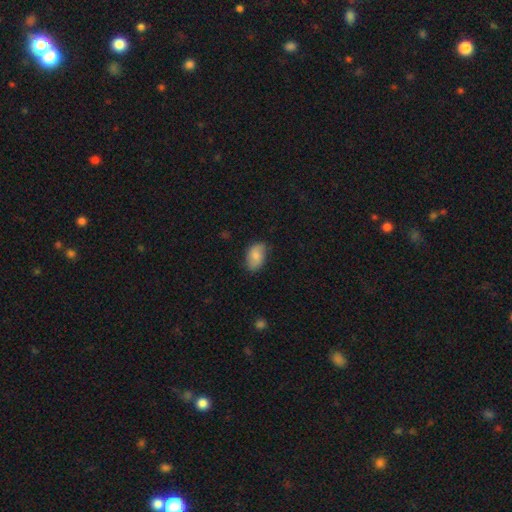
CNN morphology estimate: This appears to be a smooth galaxy with no disk features (75%) that is in between round and cigar-shaped (90%). Merging: none (73%).